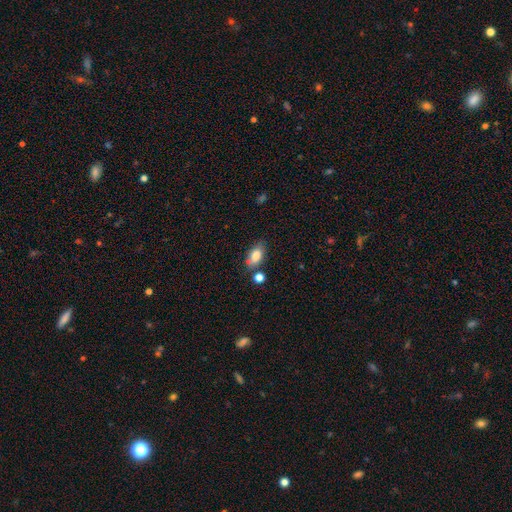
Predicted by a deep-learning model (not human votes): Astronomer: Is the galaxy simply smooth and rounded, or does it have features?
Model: smooth — 80%.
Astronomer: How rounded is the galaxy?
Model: in between — 88%.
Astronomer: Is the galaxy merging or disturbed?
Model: none — 65%.